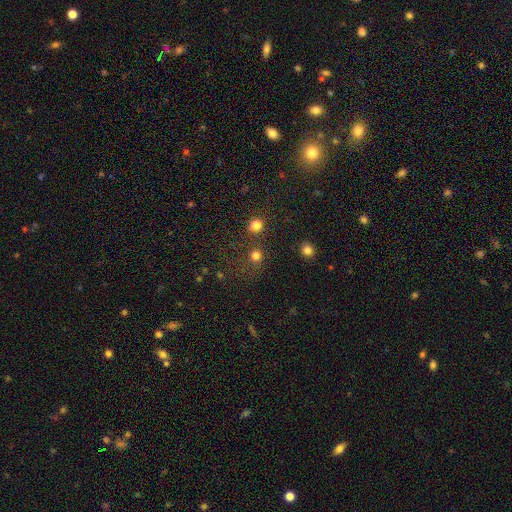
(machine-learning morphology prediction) This appears to be a smooth galaxy with no disk features (75%) that is round (89%). Merging: none (70%).